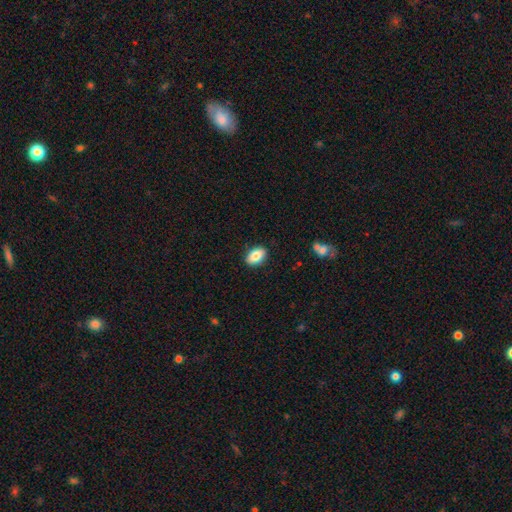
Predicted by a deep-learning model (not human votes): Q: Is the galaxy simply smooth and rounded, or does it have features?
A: smooth — 84%.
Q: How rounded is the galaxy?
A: in between — 89%.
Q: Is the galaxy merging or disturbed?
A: none — 88%.